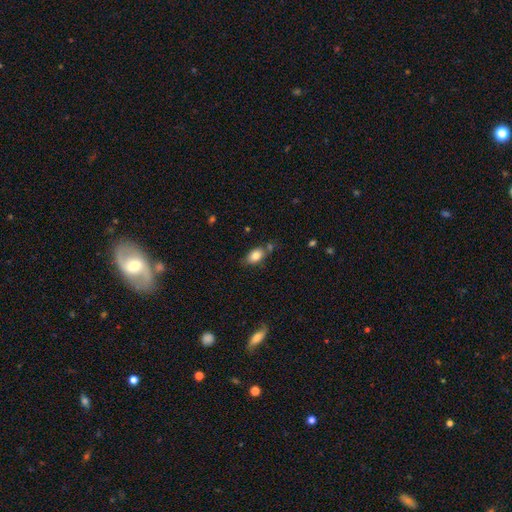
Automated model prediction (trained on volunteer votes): Smooth or featured? Predicted: smooth (p=0.81). How rounded? Predicted: in between (p=0.87). Merging? Predicted: none (p=0.66).